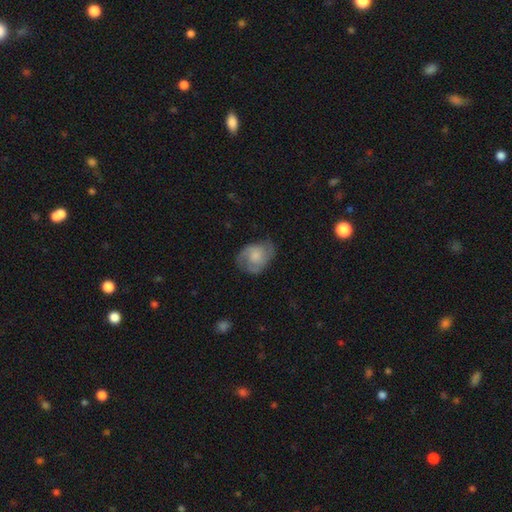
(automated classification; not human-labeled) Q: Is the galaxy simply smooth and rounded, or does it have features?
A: featured or disk — 50%.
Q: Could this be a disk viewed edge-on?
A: no — 97%.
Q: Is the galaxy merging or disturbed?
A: none — 61%.